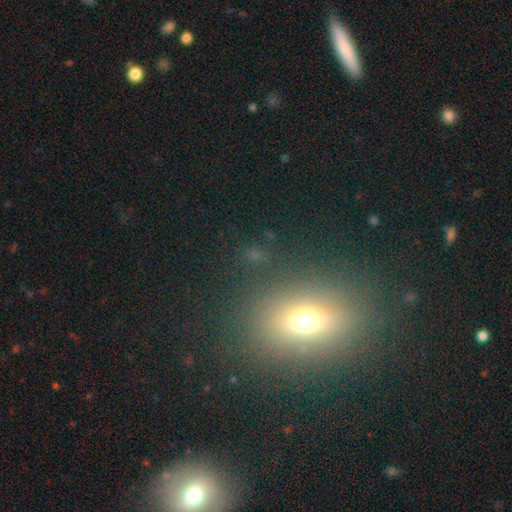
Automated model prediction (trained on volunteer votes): This appears to be a smooth galaxy with no disk features (56%) that is round (49%). Merging: none (81%).